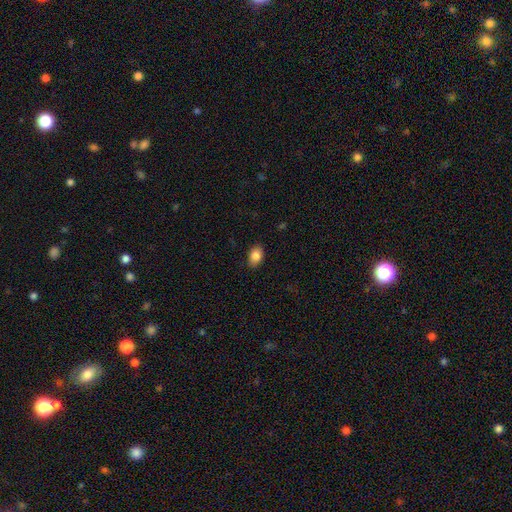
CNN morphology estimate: Smooth or featured? Predicted: smooth (p=0.86). How rounded? Predicted: in between (p=0.86). Merging? Predicted: none (p=0.86).